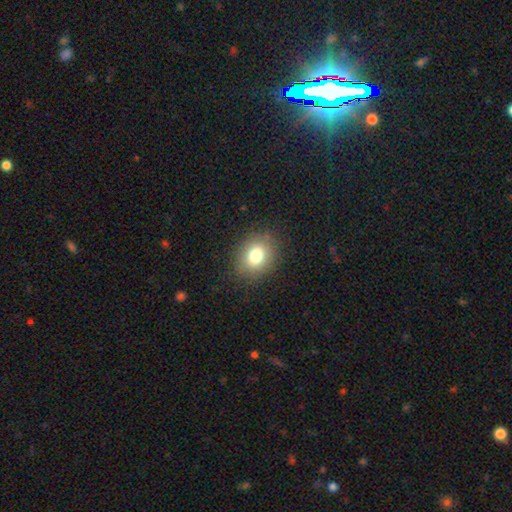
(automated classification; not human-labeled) smooth 78%, star or artifact 11%, featured or disk 10%. Down the decision tree: how rounded — round (51%); merging — none (86%).